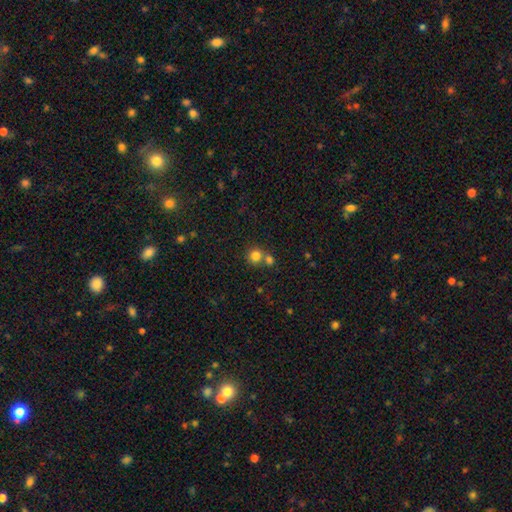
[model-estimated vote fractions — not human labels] smooth-or-featured: smooth: 80% | star or artifact: 12% | featured or disk: 7%
  how-rounded: round: 89% | in between: 10% | cigar-shaped: 1%
  merging: none: 55% | merger: 36% | minor disturbance: 7% | major disturbance: 3%